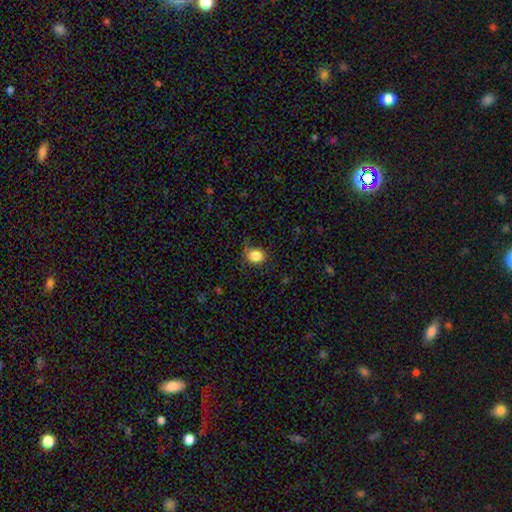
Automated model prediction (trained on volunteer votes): Smooth or featured?
  - smooth: 85% *
  - star or artifact: 10%
  - featured or disk: 5%
How rounded?
  - round: 51% *
  - in between: 48%
  - cigar-shaped: 1%
Merging?
  - none: 73% *
  - minor disturbance: 20%
  - major disturbance: 6%
  - merger: 1%